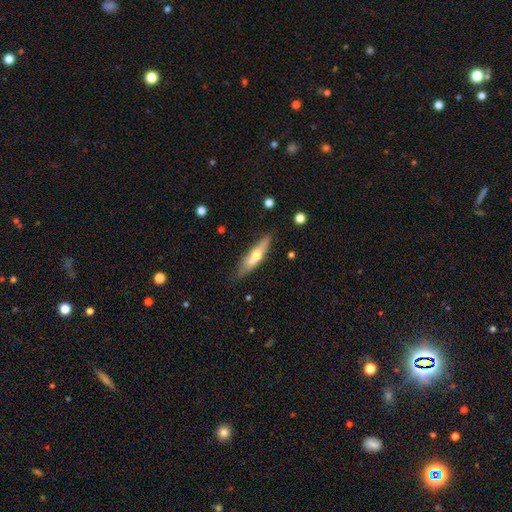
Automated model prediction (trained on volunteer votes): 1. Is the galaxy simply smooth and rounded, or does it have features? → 49% smooth, 45% featured or disk, 6% star or artifact.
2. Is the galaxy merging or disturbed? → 81% none, 14% minor disturbance, 3% major disturbance, 2% merger.